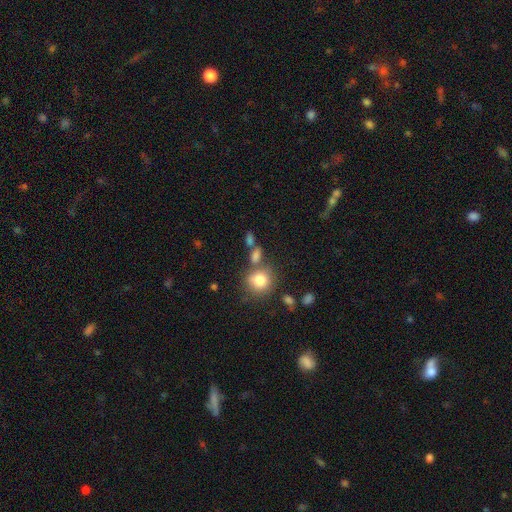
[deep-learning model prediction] Smooth or featured: smooth — 77% (star or artifact — 13%)
How rounded: in between — 51% (round — 44%)
Merging: none — 54% (merger — 26%)